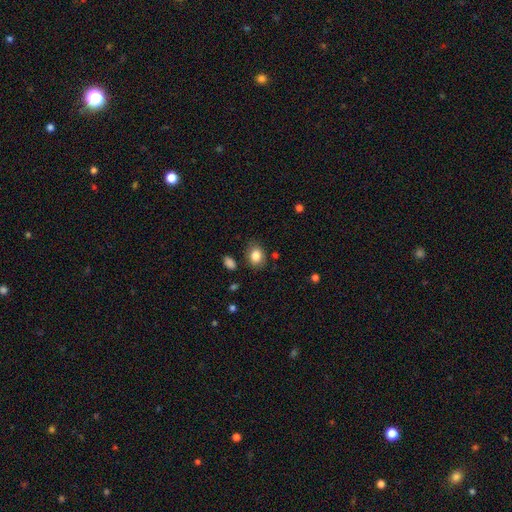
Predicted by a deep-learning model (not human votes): Smooth or featured? smooth (84%)
How rounded? in between (62%)
Merging? none (81%)